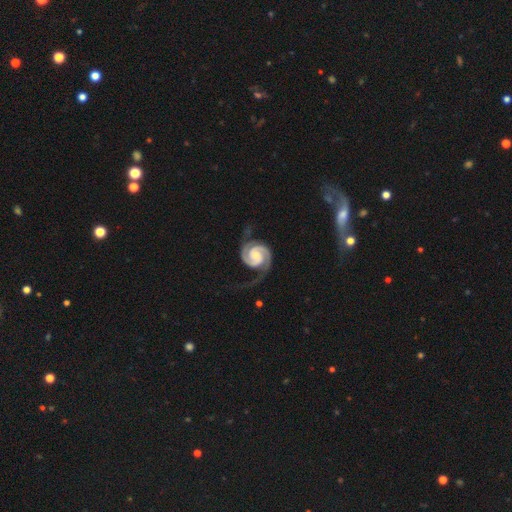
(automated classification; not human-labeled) Smooth or featured?
  - featured or disk: 94% *
  - star or artifact: 3%
  - smooth: 3%
Edge-on disk?
  - no: 98% *
  - yes: 2%
Bar?
  - no: 56% *
  - weak: 32%
  - strong: 13%
Spiral arms?
  - yes: 99% *
  - no: 1%
Spiral winding?
  - tight: 60% *
  - medium: 33%
  - loose: 7%
Spiral arm count?
  - 2: 93% *
  - 3: 2%
  - can't tell: 2%
  - 1: 1%
  - 4: 1%
  - more than 4: 1%
Bulge size?
  - small: 42% *
  - moderate: 38%
  - none: 12%
  - large: 6%
  - dominant: 2%
Merging?
  - none: 61% *
  - minor disturbance: 21%
  - major disturbance: 15%
  - merger: 2%